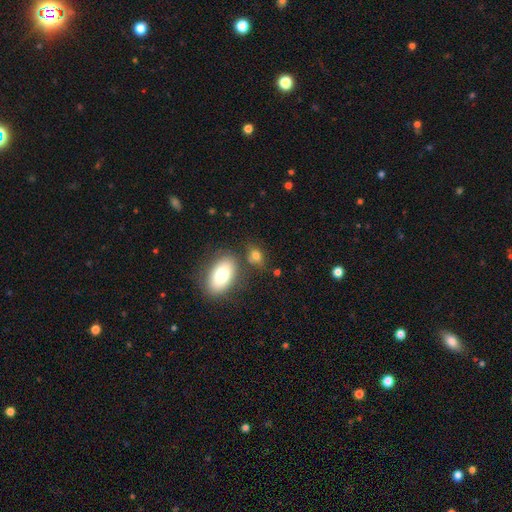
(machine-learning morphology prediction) Smooth or featured: smooth — 78% (featured or disk — 12%)
How rounded: in between — 76% (round — 21%)
Merging: none — 64% (minor disturbance — 16%)